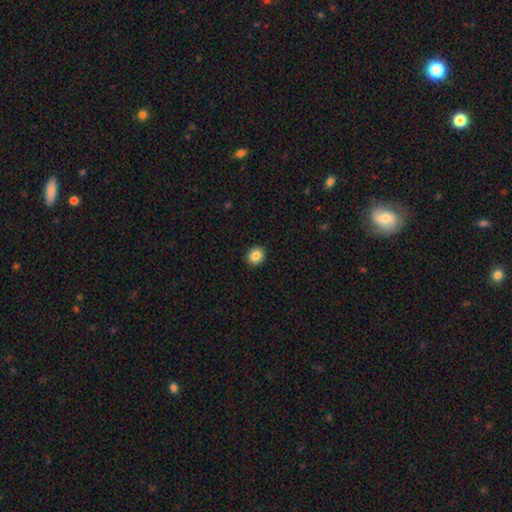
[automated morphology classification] smooth-or-featured: smooth: 85% | star or artifact: 9% | featured or disk: 5%
  how-rounded: round: 75% | in between: 25% | cigar-shaped: 1%
  merging: none: 92% | minor disturbance: 6% | major disturbance: 2% | merger: 1%